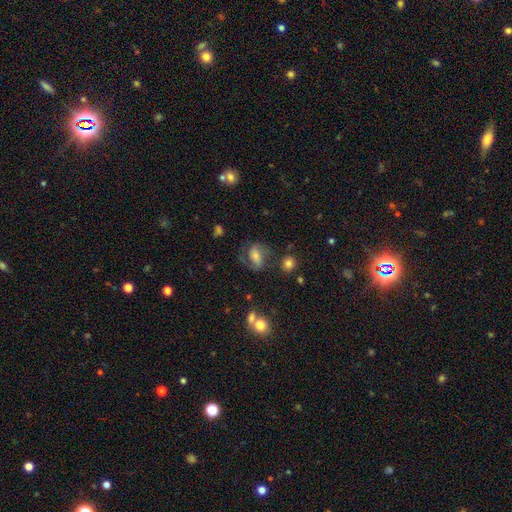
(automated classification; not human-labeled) smooth_or_featured: featured or disk (p=0.53) [alt: smooth p=0.34]
disk_edge_on: no (p=0.96) [alt: yes p=0.04]
bar: weak (p=0.42) [alt: no p=0.34]
has_spiral_arms: yes (p=0.84) [alt: no p=0.16]
bulge_size: moderate (p=0.48) [alt: small p=0.34]
merging: none (p=0.63) [alt: minor disturbance p=0.20]